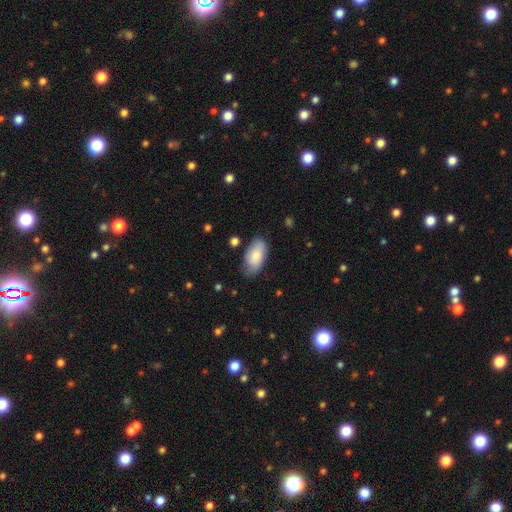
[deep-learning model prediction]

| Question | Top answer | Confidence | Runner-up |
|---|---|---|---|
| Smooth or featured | smooth | 80% | featured or disk (14%) |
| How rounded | in between | 94% | cigar-shaped (3%) |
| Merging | none | 74% | minor disturbance (21%) |